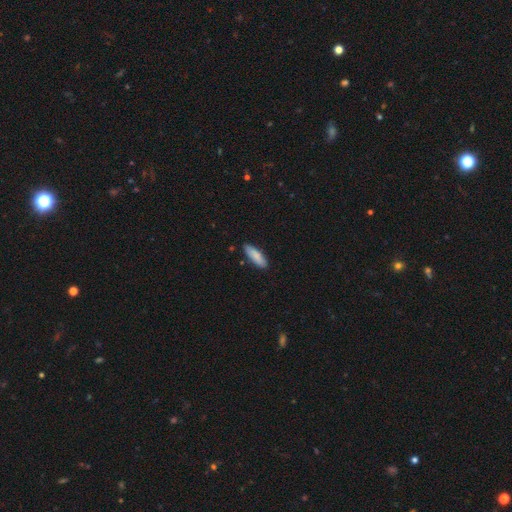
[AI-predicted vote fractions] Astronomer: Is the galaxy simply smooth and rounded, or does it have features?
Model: smooth — 85%.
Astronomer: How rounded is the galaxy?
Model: in between — 51% (runner-up: cigar-shaped, 47%).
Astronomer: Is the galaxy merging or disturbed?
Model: none — 85%.